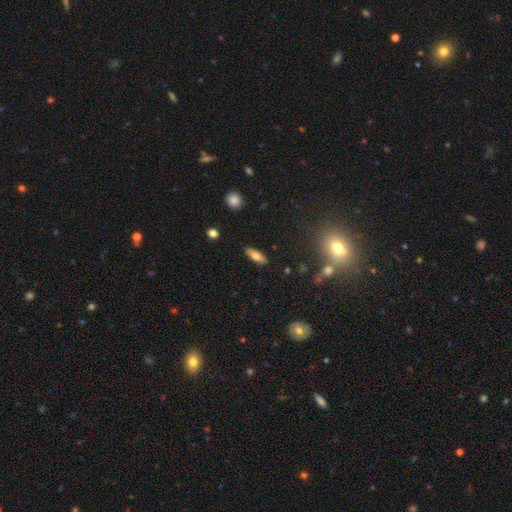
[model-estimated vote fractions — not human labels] Overall: smooth (69%). How rounded: in between (62%; cigar-shaped 35%). Merging: none (87%).